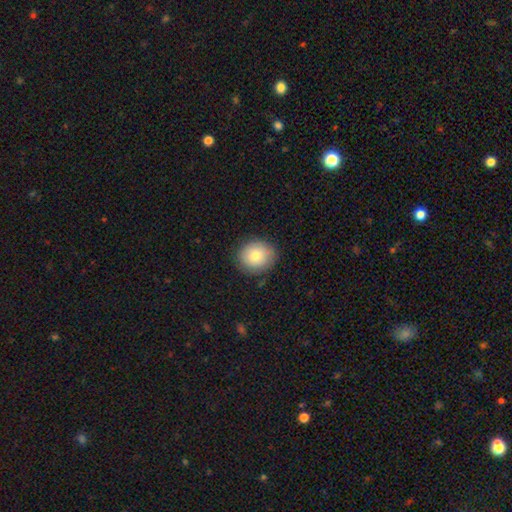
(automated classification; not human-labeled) Morphology: type=smooth (79%); roundness=round (76%); merging=none (86%).